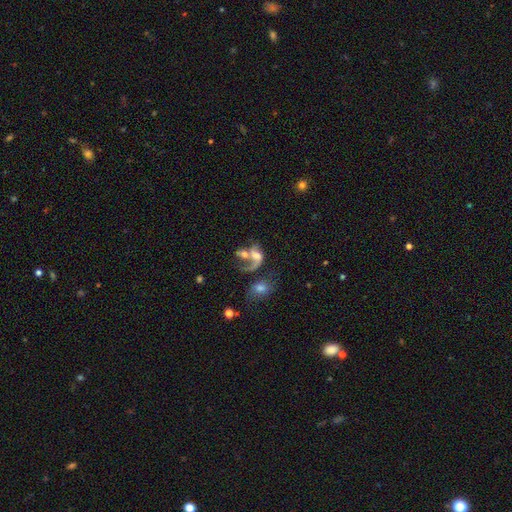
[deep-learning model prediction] This is possibly a featured or disk galaxy (50%). It is clearly not viewed edge-on (96%). Merging: possibly merger (60%).